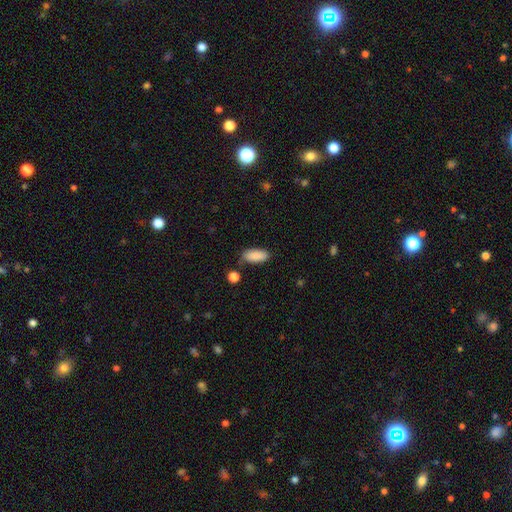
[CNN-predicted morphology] A smooth galaxy with no disk features (89%) that is in between round and cigar-shaped (86%).

Vote fractions:
- Smooth or featured? smooth: 89% / star or artifact: 7% / featured or disk: 4%
- How rounded? in between: 86% / cigar-shaped: 12% / round: 2%
- Merging? none: 76% / minor disturbance: 15% / merger: 5% / major disturbance: 4%